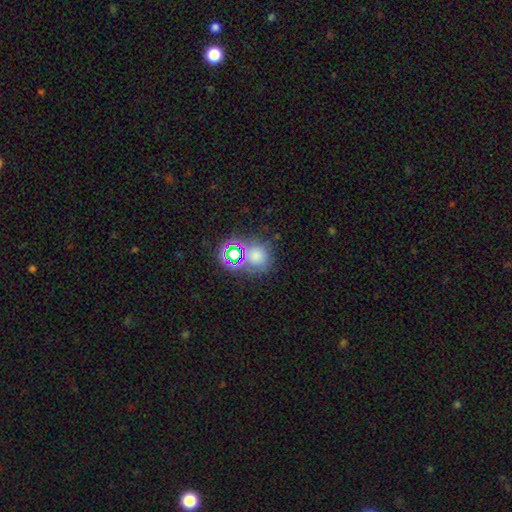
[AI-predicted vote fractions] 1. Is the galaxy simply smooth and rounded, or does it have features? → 61% smooth, 30% star or artifact, 10% featured or disk.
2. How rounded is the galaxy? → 81% round, 18% in between, 1% cigar-shaped.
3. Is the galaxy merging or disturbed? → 60% none, 20% merger, 13% minor disturbance, 7% major disturbance.